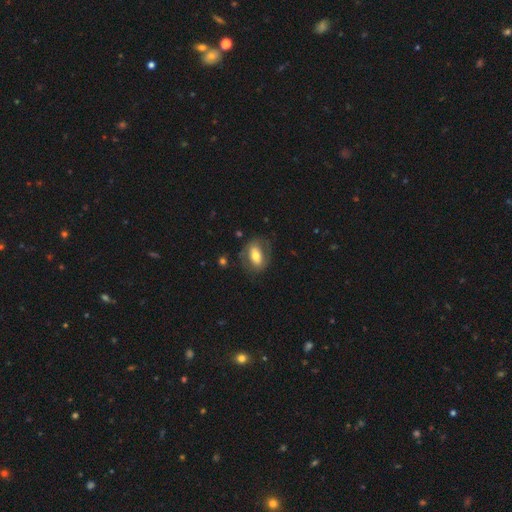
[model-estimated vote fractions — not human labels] Smooth or featured: smooth — 53% (featured or disk — 41%)
How rounded: in between — 81% (round — 16%)
Merging: none — 70% (minor disturbance — 17%)